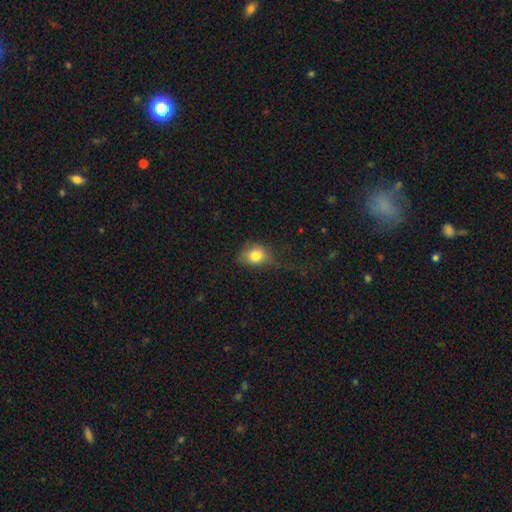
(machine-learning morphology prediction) A smooth galaxy with no disk features (79%) that is in between round and cigar-shaped (54%). Merging: none (44%).